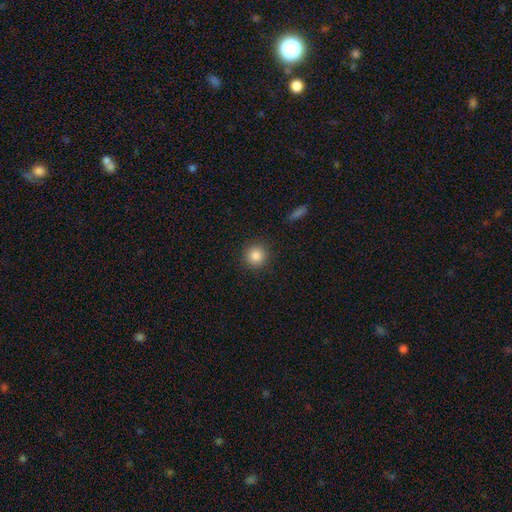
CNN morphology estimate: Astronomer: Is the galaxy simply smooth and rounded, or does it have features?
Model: smooth — 86%.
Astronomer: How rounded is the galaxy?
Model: round — 94%.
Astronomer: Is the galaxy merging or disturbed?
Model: none — 91%.